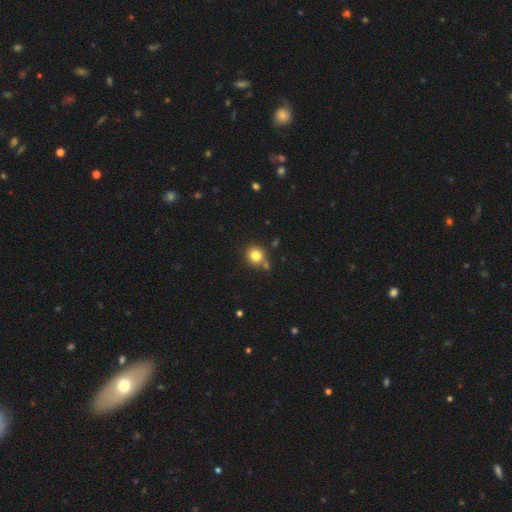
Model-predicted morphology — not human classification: Smooth or featured?
  - smooth: 81% *
  - star or artifact: 12%
  - featured or disk: 7%
How rounded?
  - round: 89% *
  - in between: 10%
  - cigar-shaped: 1%
Merging?
  - none: 77% *
  - merger: 10%
  - minor disturbance: 10%
  - major disturbance: 3%